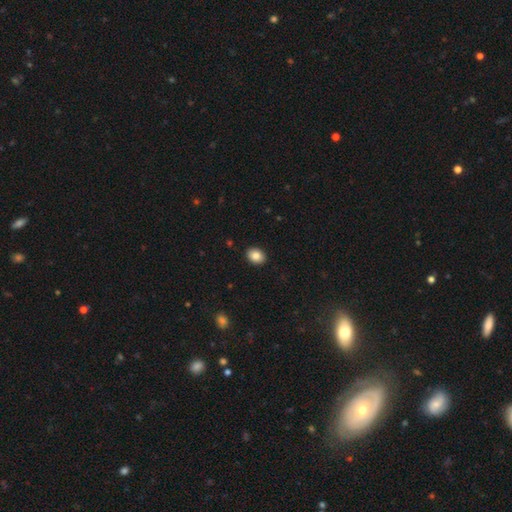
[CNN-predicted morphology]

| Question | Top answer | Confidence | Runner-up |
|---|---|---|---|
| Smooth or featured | smooth | 86% | star or artifact (8%) |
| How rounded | in between | 65% | round (34%) |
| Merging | none | 90% | minor disturbance (7%) |